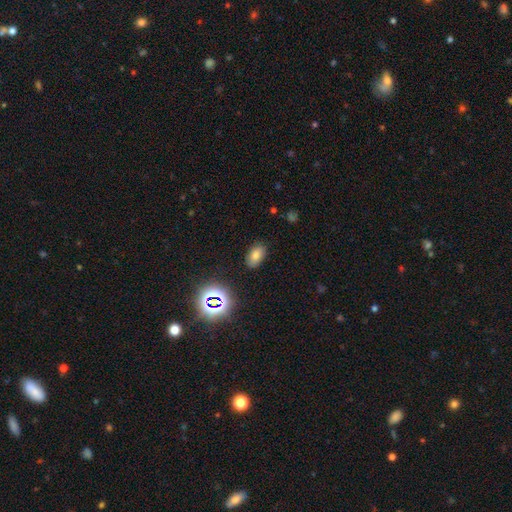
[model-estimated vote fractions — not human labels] smooth_or_featured: smooth (p=0.72) [alt: star or artifact p=0.18]
how_rounded: in between (p=0.90) [alt: round p=0.08]
merging: none (p=0.85) [alt: minor disturbance p=0.10]